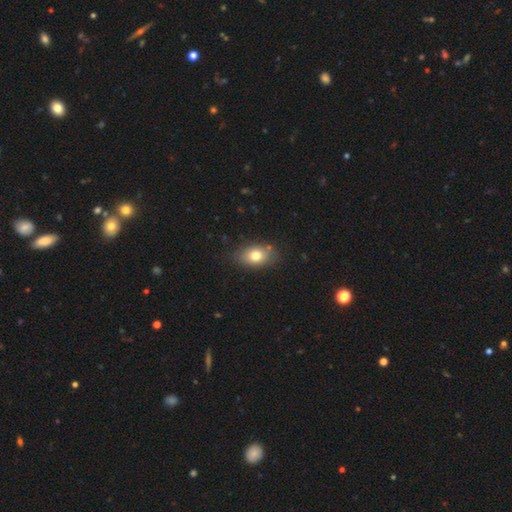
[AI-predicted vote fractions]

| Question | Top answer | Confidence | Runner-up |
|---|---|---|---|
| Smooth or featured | smooth | 76% | featured or disk (15%) |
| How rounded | in between | 81% | round (18%) |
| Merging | none | 78% | minor disturbance (16%) |